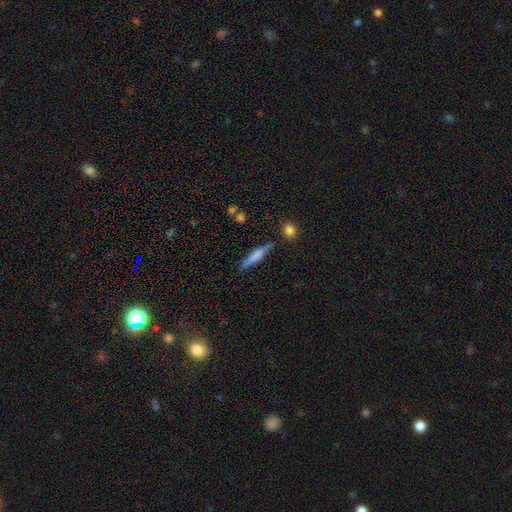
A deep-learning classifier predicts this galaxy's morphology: Smooth or featured: smooth — 69% (featured or disk — 24%)
How rounded: cigar-shaped — 86% (in between — 12%)
Merging: none — 75% (minor disturbance — 17%)